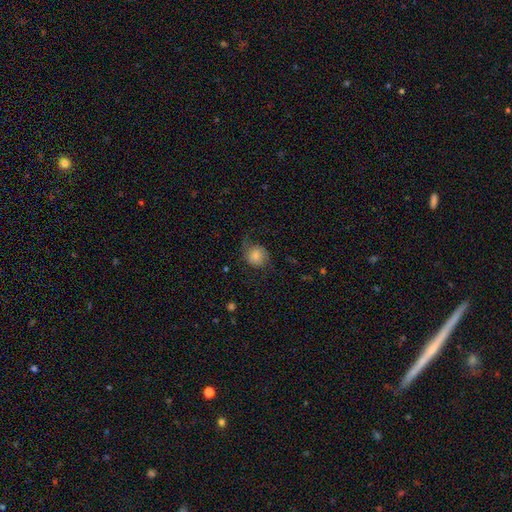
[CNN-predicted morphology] smooth_or_featured: smooth (p=0.58) [alt: featured or disk p=0.33]
how_rounded: round (p=0.79) [alt: in between p=0.20]
merging: none (p=0.59) [alt: minor disturbance p=0.23]